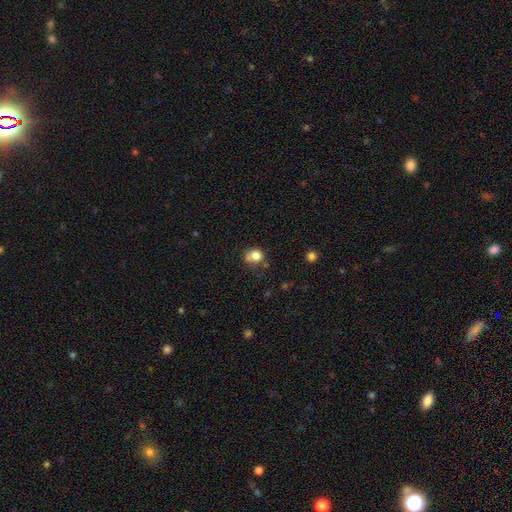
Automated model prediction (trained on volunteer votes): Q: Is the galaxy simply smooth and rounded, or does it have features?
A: smooth — 80%.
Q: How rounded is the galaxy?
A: round — 67%.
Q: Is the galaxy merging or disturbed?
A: none — 47%.